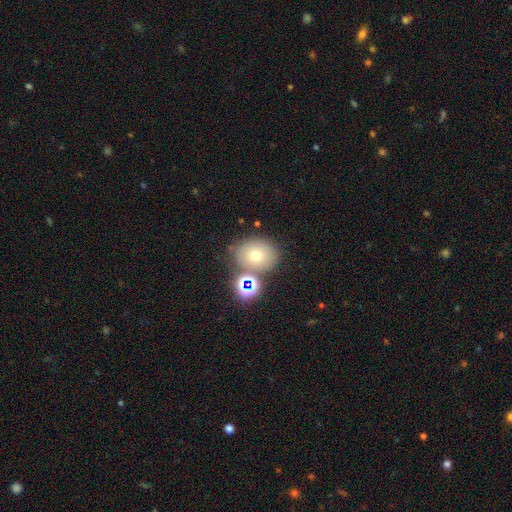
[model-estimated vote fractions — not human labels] A smooth galaxy with no disk features (65%) that is round (58%). Merging: none (69%).